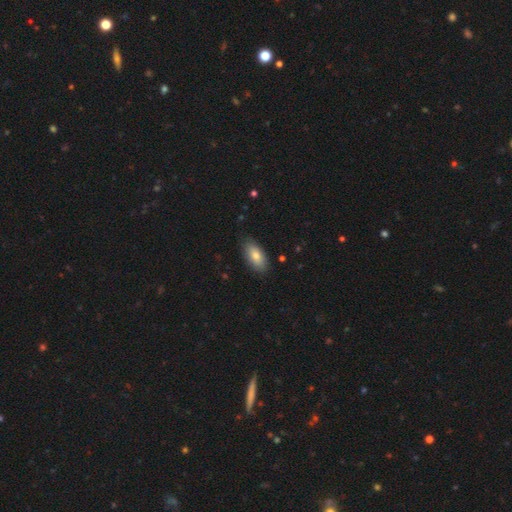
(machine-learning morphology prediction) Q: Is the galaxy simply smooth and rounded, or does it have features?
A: smooth — 80%.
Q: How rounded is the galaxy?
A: in between — 89%.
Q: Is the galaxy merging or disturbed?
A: none — 81%.